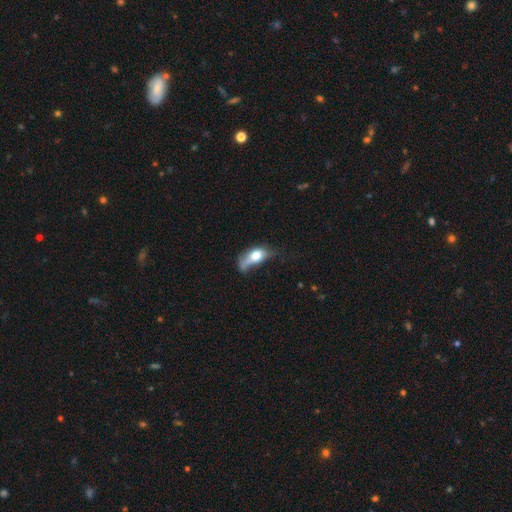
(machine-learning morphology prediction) The model was most divided on "merging": major disturbance: 36%, minor disturbance: 26%, none: 21%, merger: 17%. More confident: how rounded — in between (77%); smooth or featured — smooth (64%).